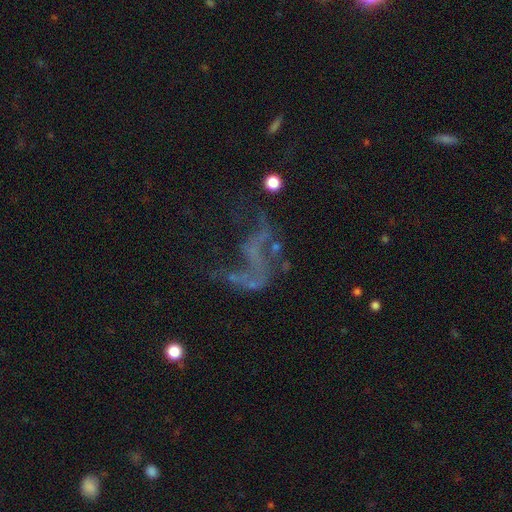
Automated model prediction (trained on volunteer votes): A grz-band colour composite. It shows a featured or disk galaxy (53%). Merging: major disturbance (46%).